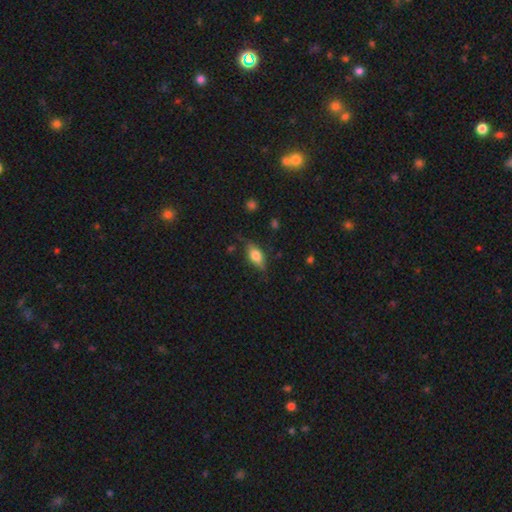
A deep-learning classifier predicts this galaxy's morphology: A smooth galaxy with no disk features (64%) that is in between round and cigar-shaped (80%). Merging: none (74%).